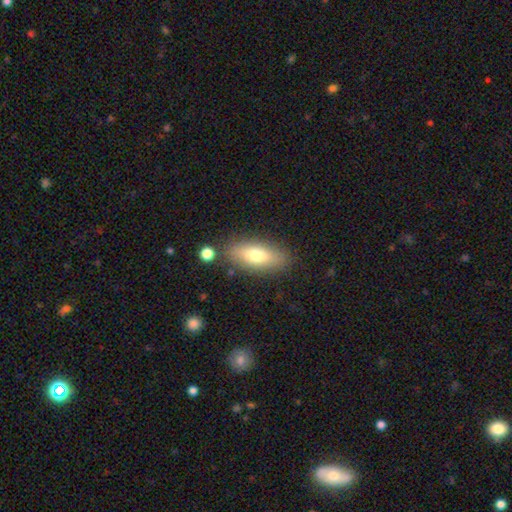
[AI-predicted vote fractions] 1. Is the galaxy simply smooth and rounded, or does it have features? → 71% smooth, 22% featured or disk, 7% star or artifact.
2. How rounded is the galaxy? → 73% in between, 24% cigar-shaped, 3% round.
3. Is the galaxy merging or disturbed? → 81% none, 12% minor disturbance, 4% merger, 3% major disturbance.